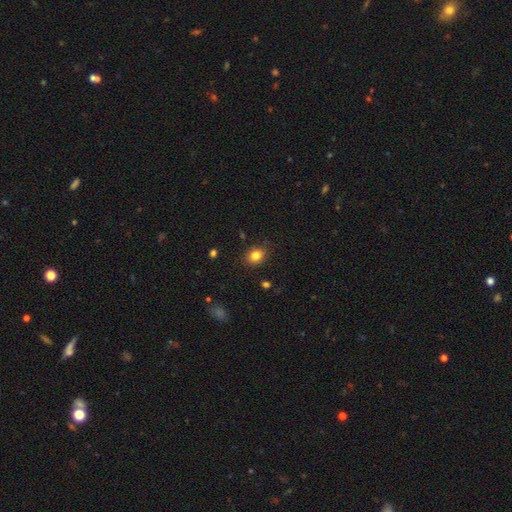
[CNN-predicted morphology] Smooth or featured? smooth (82%)
How rounded? round (57%)
Merging? none (87%)